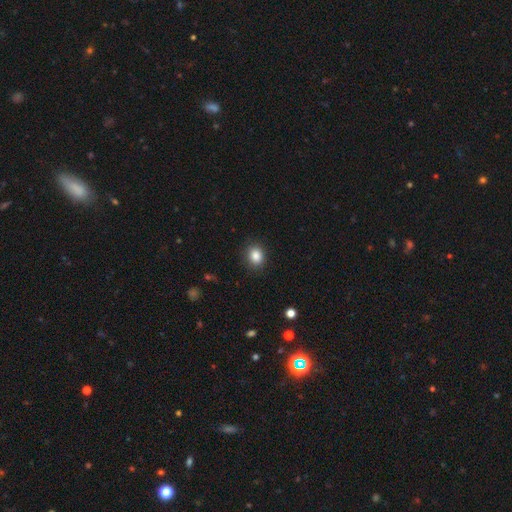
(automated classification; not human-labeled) Smooth or featured? smooth (86%)
How rounded? round (53%)
Merging? none (86%)